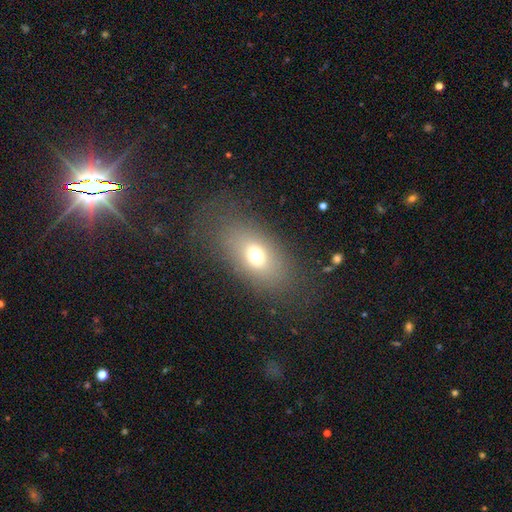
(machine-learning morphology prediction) Smooth or featured?
  - smooth: 69% *
  - featured or disk: 18%
  - star or artifact: 14%
How rounded?
  - in between: 82% *
  - round: 14%
  - cigar-shaped: 4%
Merging?
  - none: 74% *
  - minor disturbance: 14%
  - major disturbance: 11%
  - merger: 2%